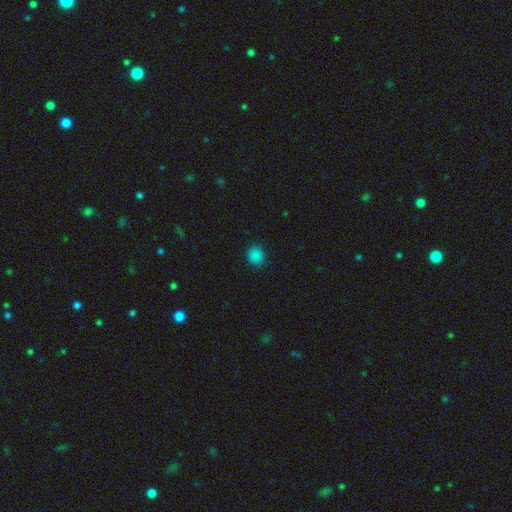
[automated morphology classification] Smooth or featured? Predicted: smooth (p=0.84). How rounded? Predicted: round (p=0.87). Merging? Predicted: none (p=0.89).